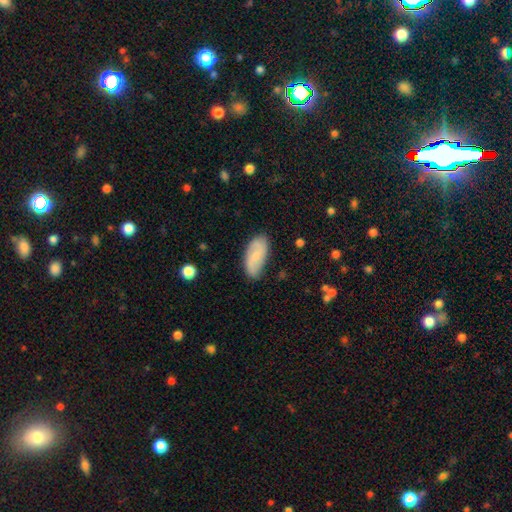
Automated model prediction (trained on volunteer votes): smooth_or_featured: smooth (p=0.51) [alt: featured or disk p=0.42]
how_rounded: in between (p=0.89) [alt: cigar-shaped p=0.08]
merging: none (p=0.78) [alt: minor disturbance p=0.17]